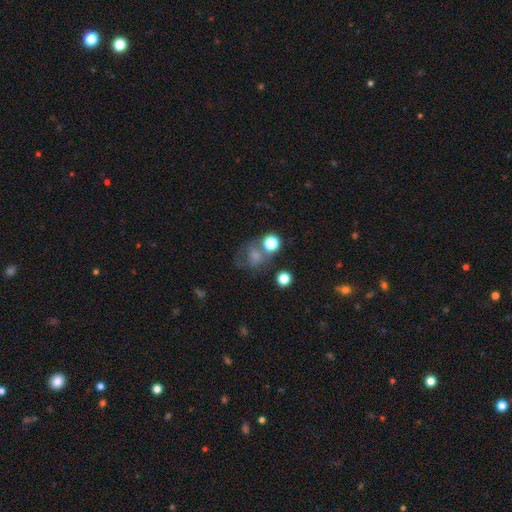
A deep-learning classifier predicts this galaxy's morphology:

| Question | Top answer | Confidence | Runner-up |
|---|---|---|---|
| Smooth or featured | smooth | 60% | star or artifact (20%) |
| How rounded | round | 67% | in between (32%) |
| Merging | none | 45% | major disturbance (20%) |